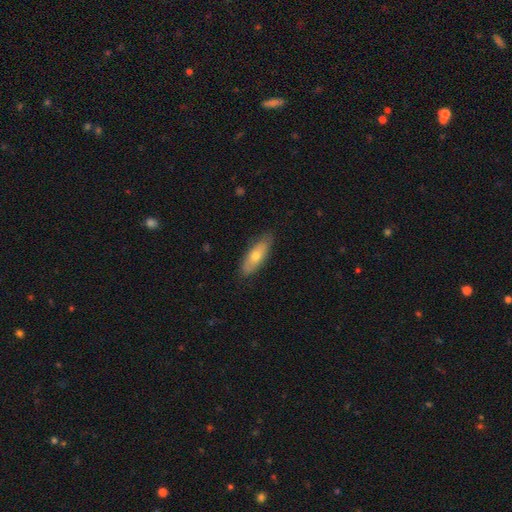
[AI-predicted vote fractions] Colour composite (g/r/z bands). It shows a smooth galaxy with no disk features (65%) that is in between round and cigar-shaped (68%). Merging: none (83%).